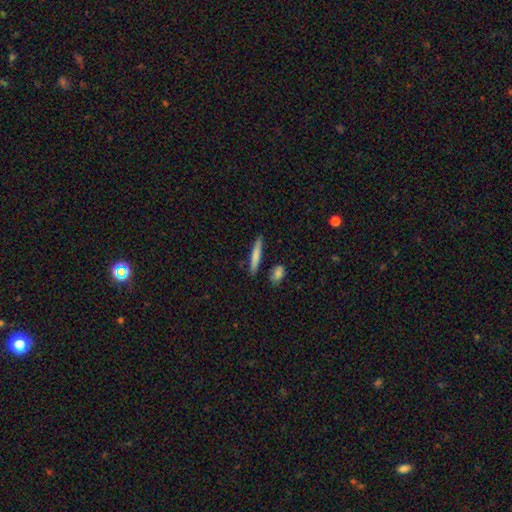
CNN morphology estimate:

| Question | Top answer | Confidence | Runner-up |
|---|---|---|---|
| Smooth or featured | smooth | 76% | featured or disk (19%) |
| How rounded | cigar-shaped | 92% | in between (7%) |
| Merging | none | 84% | minor disturbance (10%) |